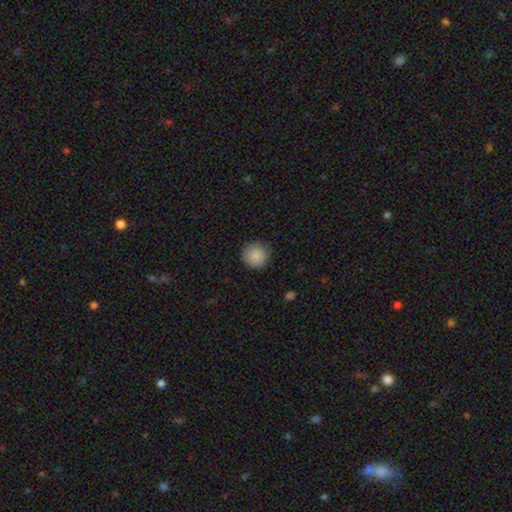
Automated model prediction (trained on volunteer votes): Overall: smooth (87%). How rounded: round (95%). Merging: none (88%).